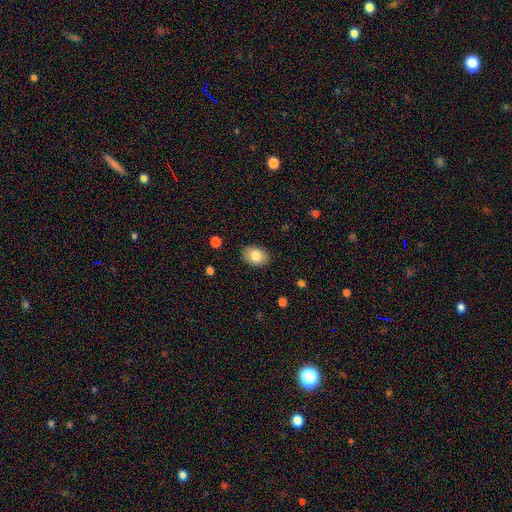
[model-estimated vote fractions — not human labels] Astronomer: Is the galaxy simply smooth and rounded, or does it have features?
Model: smooth — 83%.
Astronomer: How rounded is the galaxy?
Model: in between — 78%.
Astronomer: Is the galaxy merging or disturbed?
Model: none — 87%.